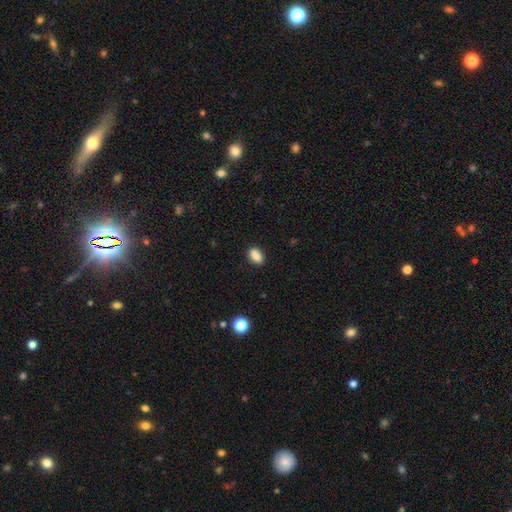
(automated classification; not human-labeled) A smooth galaxy with no disk features (86%) that is in between round and cigar-shaped (85%). Merging: none (87%).